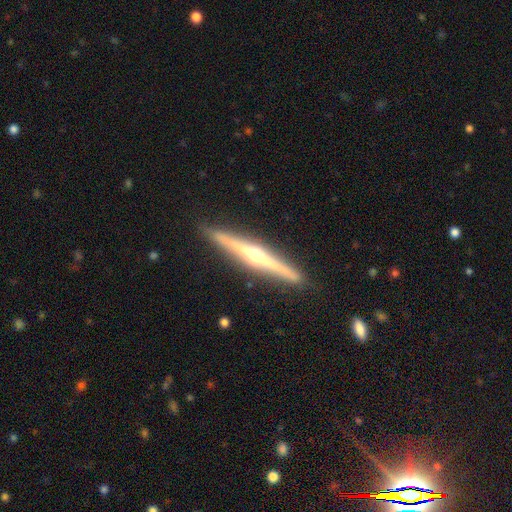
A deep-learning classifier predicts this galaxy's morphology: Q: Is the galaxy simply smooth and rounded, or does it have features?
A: featured or disk — 81%.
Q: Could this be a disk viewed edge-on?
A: yes — 98%.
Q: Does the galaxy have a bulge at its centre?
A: rounded — 92%.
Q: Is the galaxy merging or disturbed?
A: none — 91%.